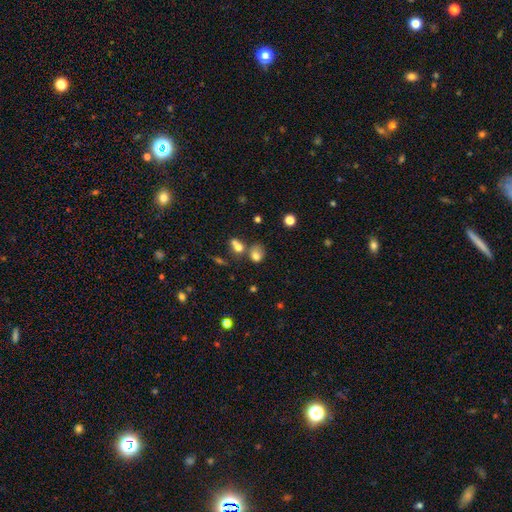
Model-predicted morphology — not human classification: Overall: smooth (75%). How rounded: round (51%; in between 47%). Merging: none (43%; merger 31%).